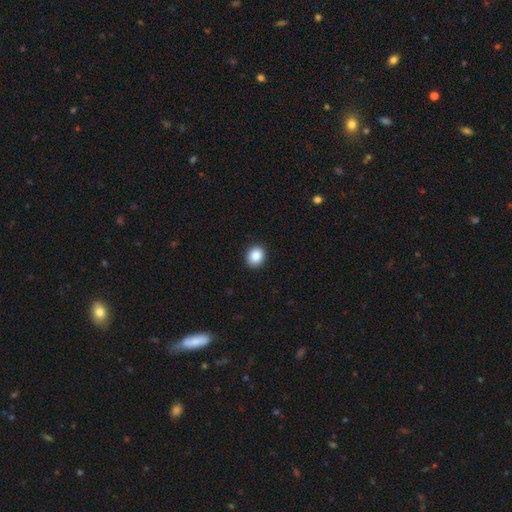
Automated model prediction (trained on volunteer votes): smooth-or-featured: smooth: 87% | star or artifact: 9% | featured or disk: 4%
  how-rounded: round: 71% | in between: 29% | cigar-shaped: 1%
  merging: none: 92% | minor disturbance: 5% | major disturbance: 2% | merger: 1%